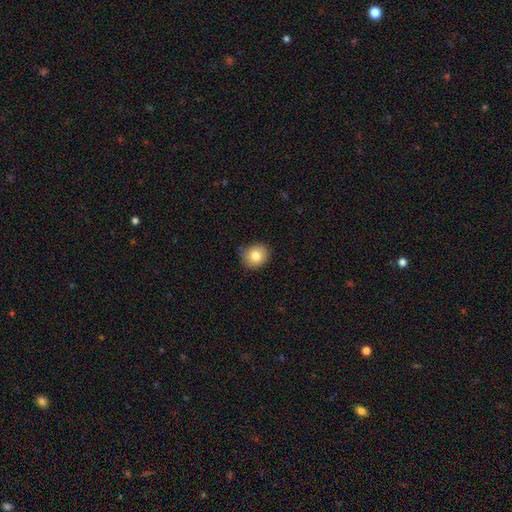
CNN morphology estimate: Smooth or featured: smooth — 81% (star or artifact — 10%)
How rounded: round — 83% (in between — 16%)
Merging: none — 77% (minor disturbance — 19%)